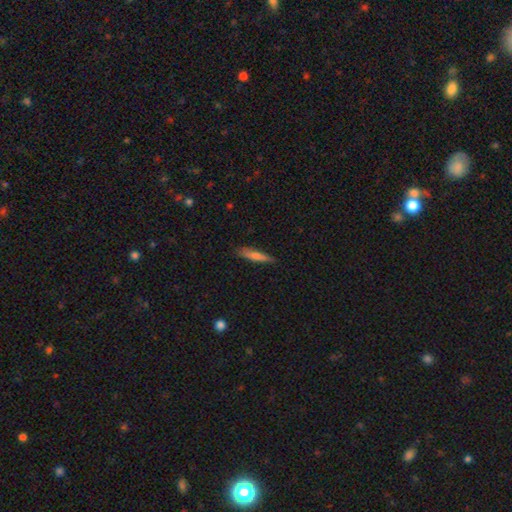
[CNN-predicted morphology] Q: Smooth or featured?
A: smooth (67%); runner-up: featured or disk (26%)
Q: How rounded?
A: cigar-shaped (88%); runner-up: in between (10%)
Q: Merging?
A: none (85%); runner-up: minor disturbance (12%)